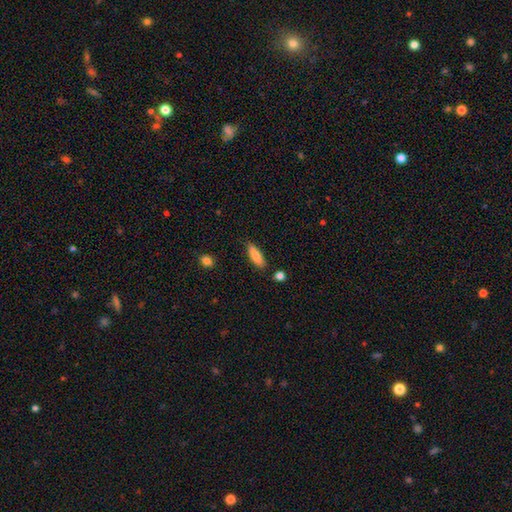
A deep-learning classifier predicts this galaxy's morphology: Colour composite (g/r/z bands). It shows a smooth galaxy with no disk features (81%) that is in between round and cigar-shaped (55%). Merging: none (83%).